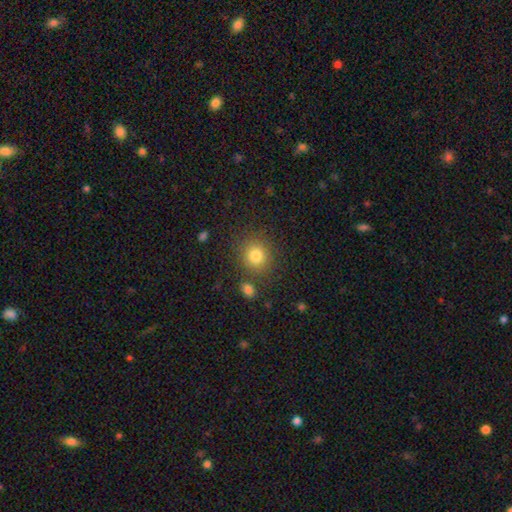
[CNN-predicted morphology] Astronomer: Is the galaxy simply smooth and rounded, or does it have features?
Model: smooth — 81%.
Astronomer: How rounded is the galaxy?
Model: round — 83%.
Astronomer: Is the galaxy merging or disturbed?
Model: none — 81%.